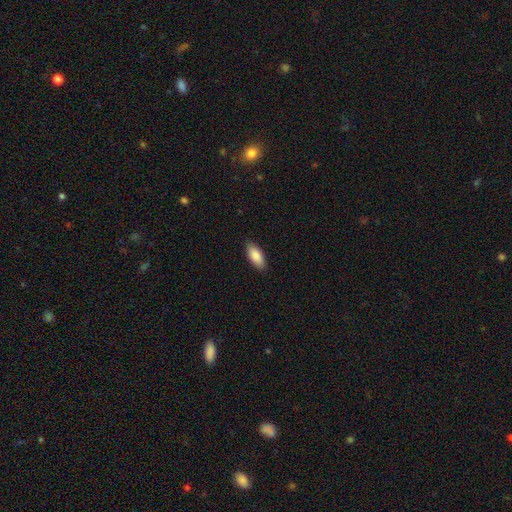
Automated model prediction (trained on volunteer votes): smooth 87%, featured or disk 7%, star or artifact 6%. Down the decision tree: how rounded — in between (86%); merging — none (88%).